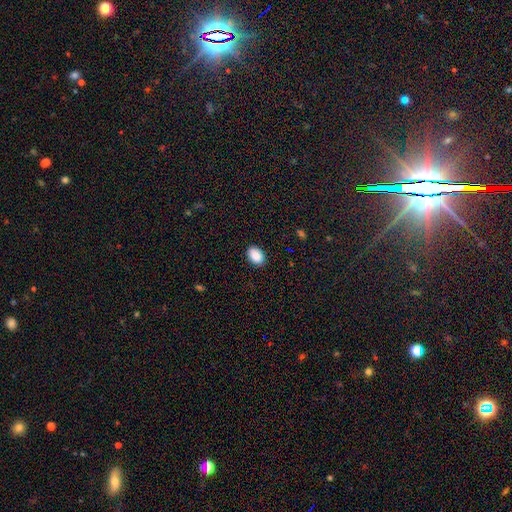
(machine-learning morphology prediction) This is clearly a smooth galaxy (89%). How rounded: clearly in between (85%). Merging: clearly none (89%).